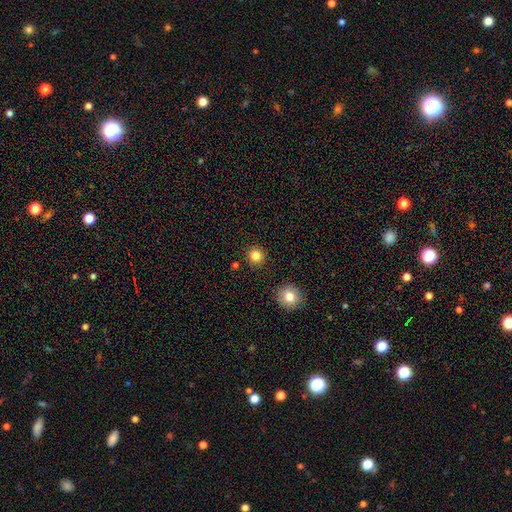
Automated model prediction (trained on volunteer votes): smooth 83%, star or artifact 12%, featured or disk 5%. Down the decision tree: how rounded — round (93%); merging — none (89%).